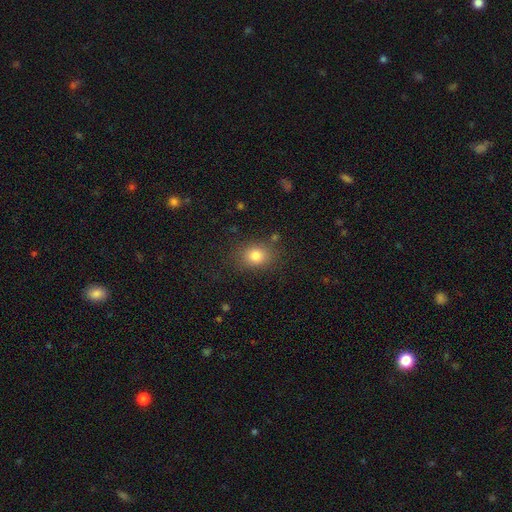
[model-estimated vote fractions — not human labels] This appears to be a smooth galaxy with no disk features (81%) that is round (53%). Merging: none (81%).